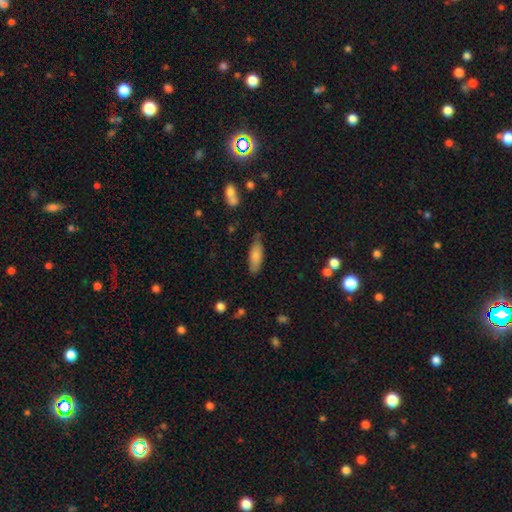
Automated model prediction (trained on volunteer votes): smooth 81%, featured or disk 13%, star or artifact 6%. Down the decision tree: how rounded — in between (63%); merging — none (76%).